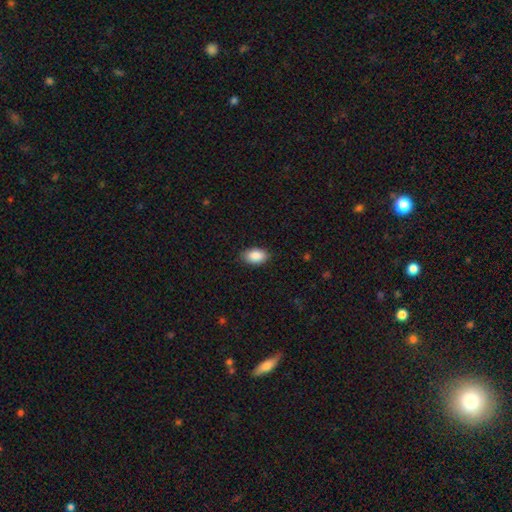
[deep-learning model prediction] Morphology: type=smooth (90%); roundness=in between (92%); merging=none (84%).